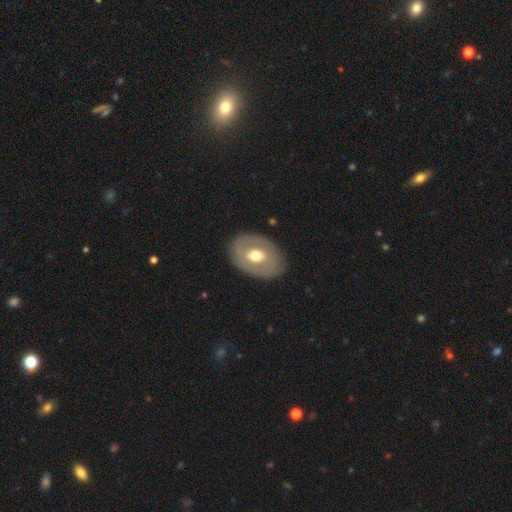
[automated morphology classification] Smooth or featured? featured or disk (53%)
Edge-on disk? no (92%)
Merging? none (83%)